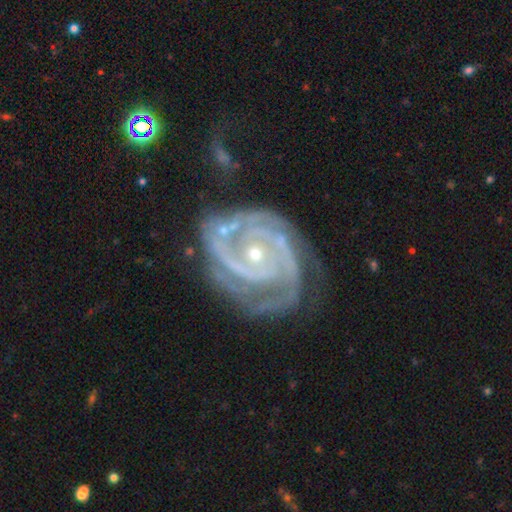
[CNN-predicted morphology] This appears to be a featured or disk galaxy (92%) with no bar (67%), 3 (36%) tight (71%) spiral arms (98%) and a small central bulge (70%). Merging: none (55%).